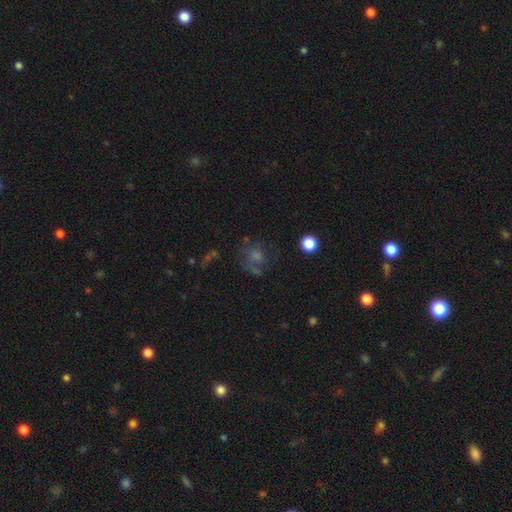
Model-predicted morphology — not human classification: Q: Smooth or featured?
A: smooth (38%); runner-up: featured or disk (34%)
Q: Merging?
A: none (52%); runner-up: major disturbance (23%)